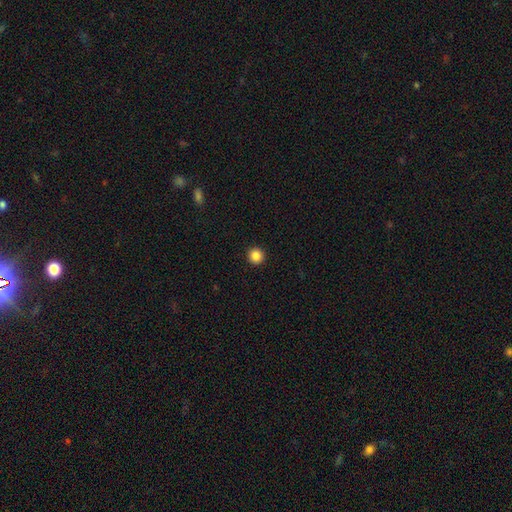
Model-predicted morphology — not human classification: Q: Smooth or featured?
A: smooth (86%); runner-up: star or artifact (10%)
Q: How rounded?
A: round (95%); runner-up: in between (4%)
Q: Merging?
A: none (94%); runner-up: minor disturbance (4%)